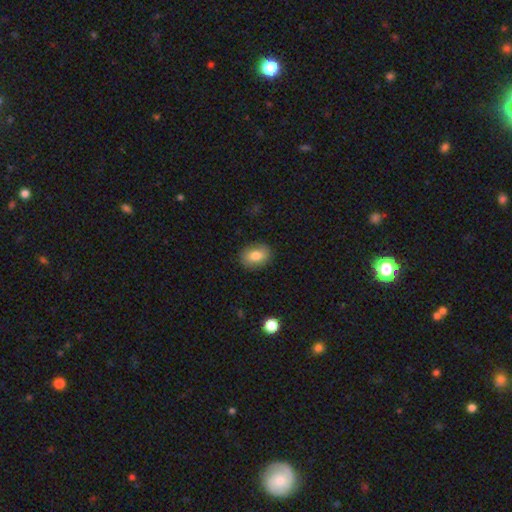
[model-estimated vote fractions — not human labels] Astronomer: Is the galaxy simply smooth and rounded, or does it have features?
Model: smooth — 80%.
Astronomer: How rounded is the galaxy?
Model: in between — 72%.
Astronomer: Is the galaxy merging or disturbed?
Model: none — 86%.